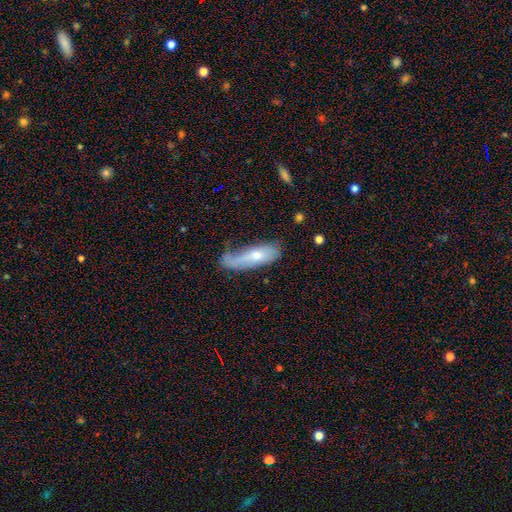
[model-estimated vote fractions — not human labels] Smooth or featured? smooth (60%)
How rounded? cigar-shaped (57%)
Merging? none (39%)